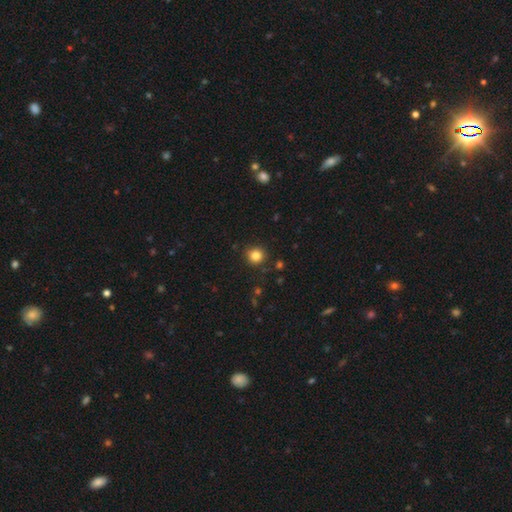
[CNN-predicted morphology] Overall: smooth (82%). How rounded: round (93%). Merging: none (90%).